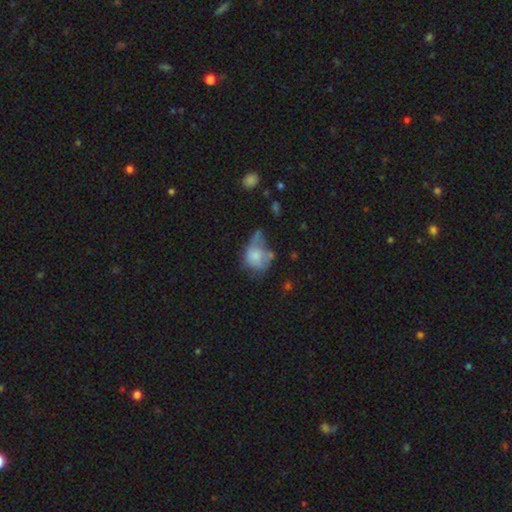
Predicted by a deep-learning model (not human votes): Q: Smooth or featured?
A: smooth (64%); runner-up: featured or disk (26%)
Q: How rounded?
A: in between (61%); runner-up: round (38%)
Q: Merging?
A: major disturbance (36%); runner-up: minor disturbance (28%)